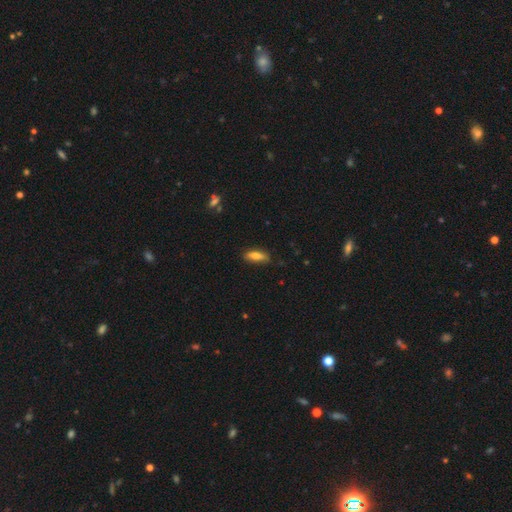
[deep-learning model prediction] Smooth or featured: smooth — 77% (featured or disk — 16%)
How rounded: in between — 60% (cigar-shaped — 38%)
Merging: none — 81% (minor disturbance — 15%)